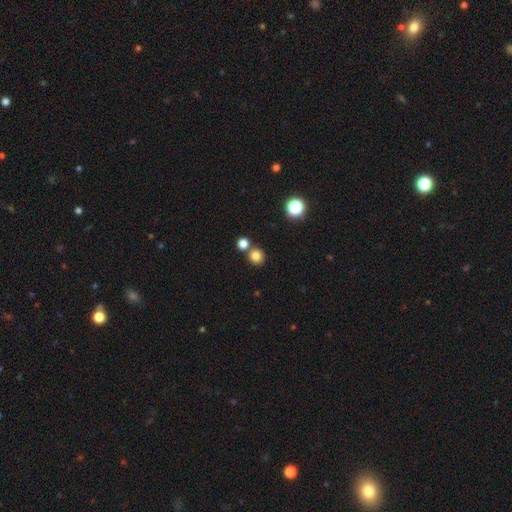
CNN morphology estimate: Smooth or featured? smooth (81%)
How rounded? round (90%)
Merging? none (72%)